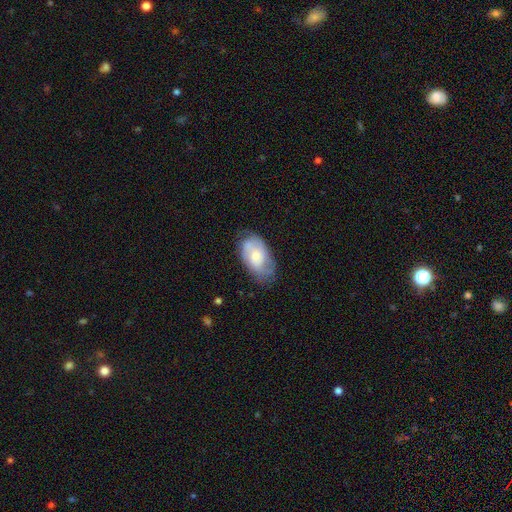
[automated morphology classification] Smooth or featured? featured or disk (54%)
Edge-on disk? no (95%)
Bar? no (68%)
Spiral arms? yes (80%)
Bulge size? moderate (48%)
Merging? none (61%)